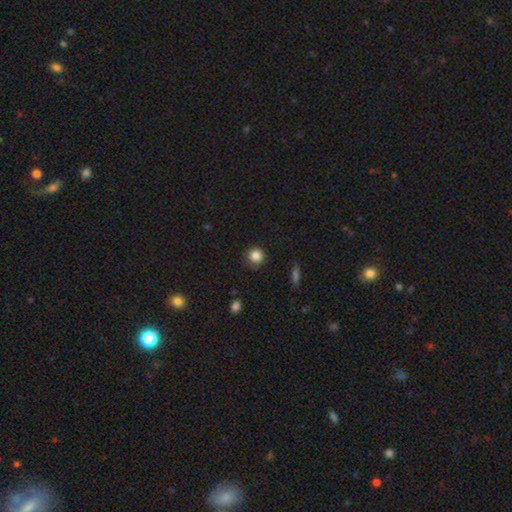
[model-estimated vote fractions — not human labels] smooth 84%, star or artifact 11%, featured or disk 5%. Down the decision tree: how rounded — round (93%); merging — none (85%).